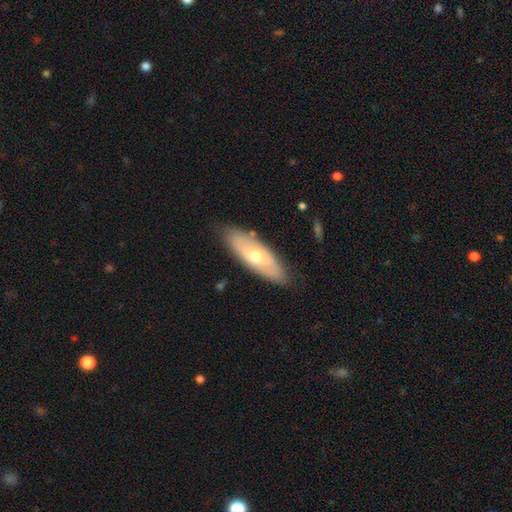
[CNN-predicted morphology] smooth_or_featured: featured or disk (p=0.51) [alt: smooth p=0.41]
disk_edge_on: no (p=0.70) [alt: yes p=0.30]
merging: none (p=0.86) [alt: minor disturbance p=0.11]